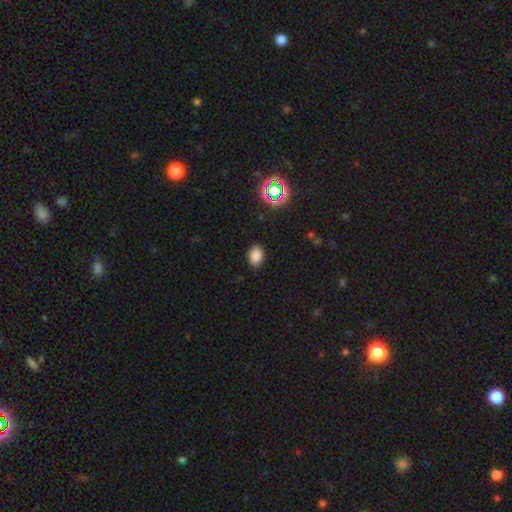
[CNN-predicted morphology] smooth 83%, star or artifact 13%, featured or disk 4%. Down the decision tree: how rounded — in between (84%); merging — none (87%).